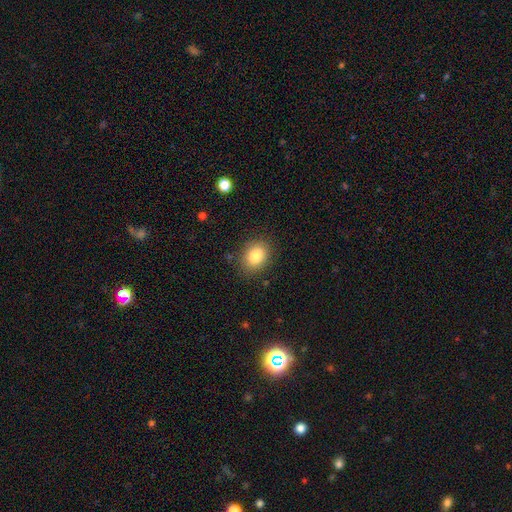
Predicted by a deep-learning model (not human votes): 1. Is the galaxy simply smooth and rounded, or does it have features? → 85% smooth, 8% star or artifact, 7% featured or disk.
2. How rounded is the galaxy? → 65% in between, 34% round, 1% cigar-shaped.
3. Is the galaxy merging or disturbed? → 84% none, 11% minor disturbance, 3% major disturbance, 1% merger.